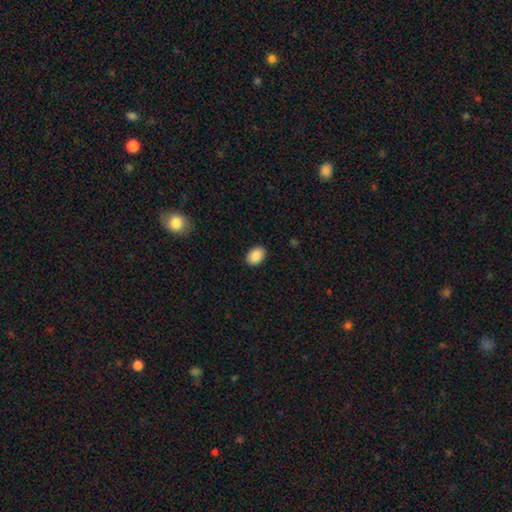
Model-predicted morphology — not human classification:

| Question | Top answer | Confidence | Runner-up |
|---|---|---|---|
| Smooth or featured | smooth | 89% | star or artifact (7%) |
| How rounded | in between | 81% | round (18%) |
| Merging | none | 89% | minor disturbance (8%) |